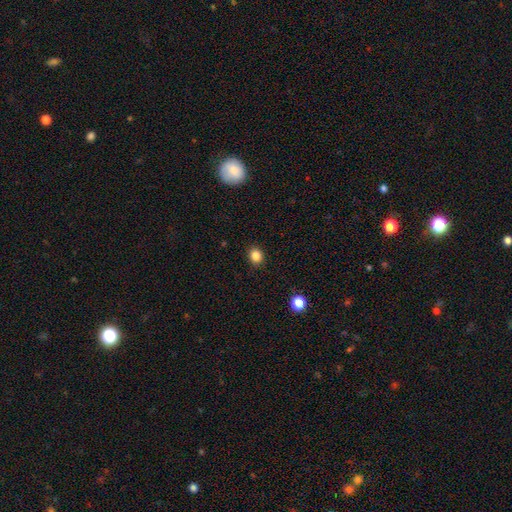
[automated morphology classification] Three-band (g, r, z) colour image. It shows a smooth galaxy with no disk features (85%) that is round (72%). Merging: none (91%).